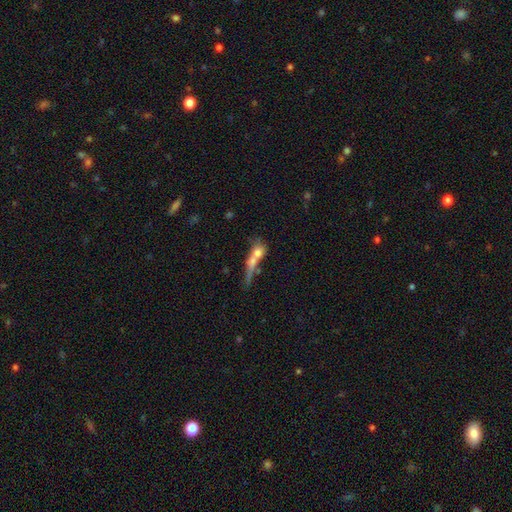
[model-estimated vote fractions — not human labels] smooth-or-featured: smooth: 55% | featured or disk: 34% | star or artifact: 11%
  how-rounded: cigar-shaped: 36% | round: 32% | in between: 32%
  merging: merger: 55% | none: 23% | major disturbance: 12% | minor disturbance: 10%